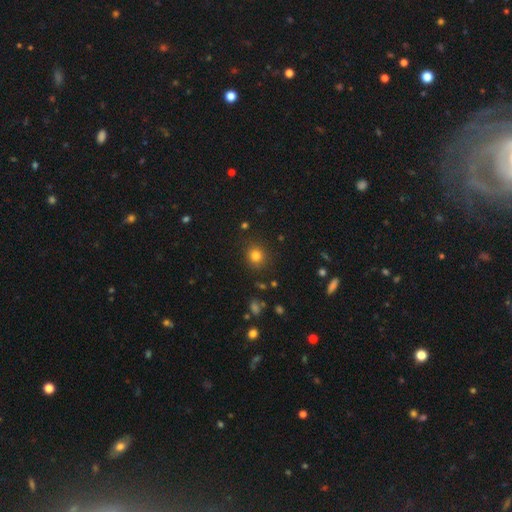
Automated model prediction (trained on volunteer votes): Smooth or featured?
  - smooth: 80% *
  - star or artifact: 14%
  - featured or disk: 6%
How rounded?
  - round: 87% *
  - in between: 12%
  - cigar-shaped: 1%
Merging?
  - none: 88% *
  - minor disturbance: 8%
  - major disturbance: 3%
  - merger: 2%